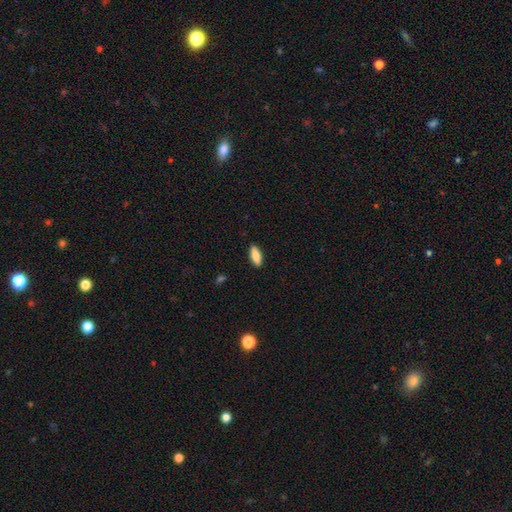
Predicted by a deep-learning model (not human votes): The model was most divided on "how rounded": in between: 70%, cigar-shaped: 28%, round: 2%. More confident: merging — none (89%); smooth or featured — smooth (84%).